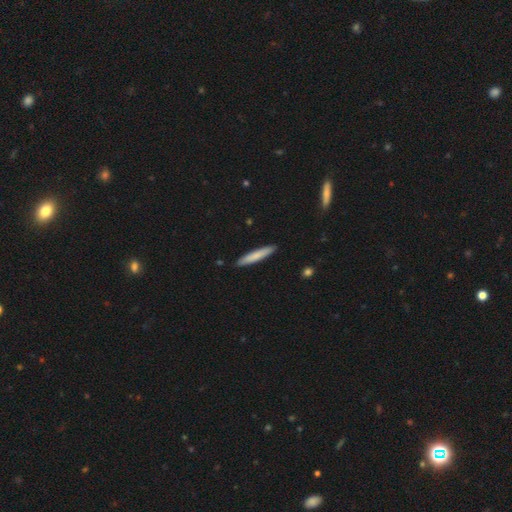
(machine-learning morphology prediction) Overall: smooth (77%). How rounded: cigar-shaped (93%). Merging: none (91%).